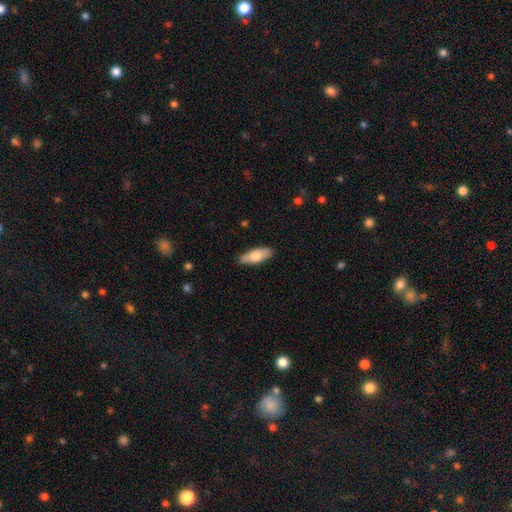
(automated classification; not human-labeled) Smooth or featured: smooth — 70% (featured or disk — 25%)
How rounded: in between — 73% (cigar-shaped — 25%)
Merging: none — 87% (minor disturbance — 10%)